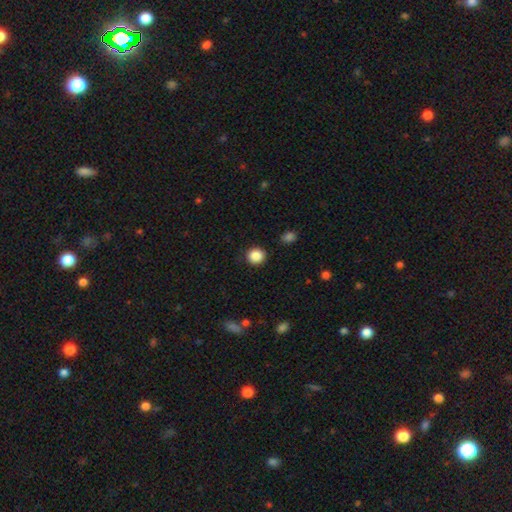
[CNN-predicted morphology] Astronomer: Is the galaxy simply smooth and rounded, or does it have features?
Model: smooth — 87%.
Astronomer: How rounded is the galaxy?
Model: round — 87%.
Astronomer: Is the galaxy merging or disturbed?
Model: none — 89%.